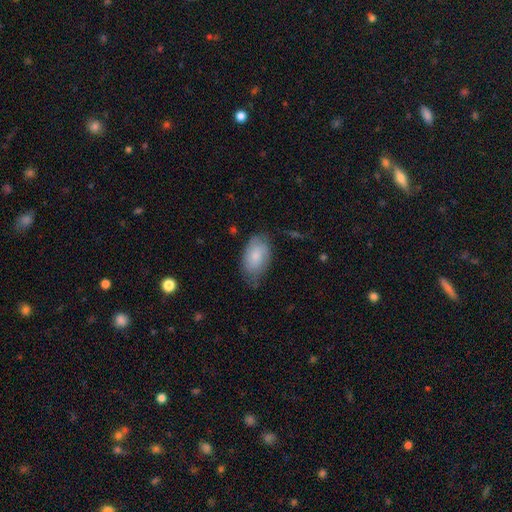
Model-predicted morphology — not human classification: A smooth galaxy with no disk features (75%) that is in between round and cigar-shaped (93%). Merging: none (57%).